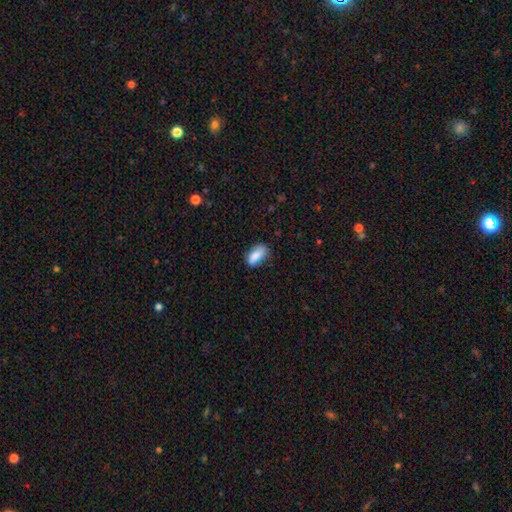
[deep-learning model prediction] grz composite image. It shows a smooth galaxy with no disk features (86%) that is in between round and cigar-shaped (90%). Merging: none (68%).